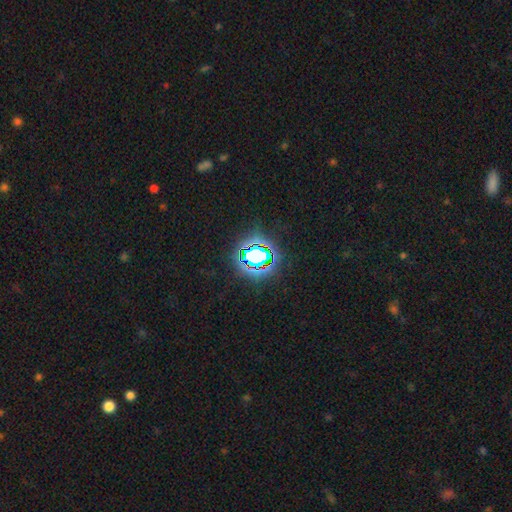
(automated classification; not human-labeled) smooth-or-featured: star or artifact: 70% | smooth: 18% | featured or disk: 12%